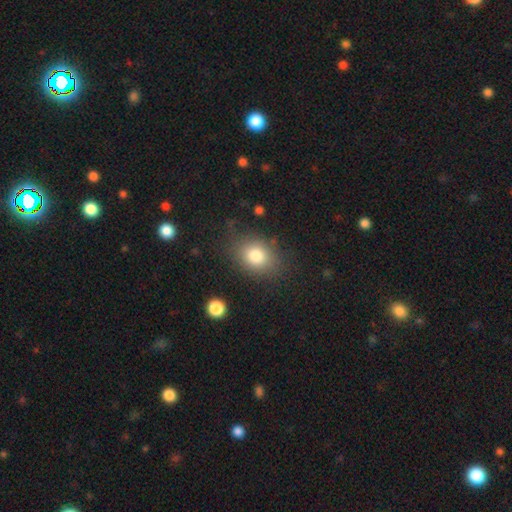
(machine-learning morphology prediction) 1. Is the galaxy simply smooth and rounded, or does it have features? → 80% smooth, 10% star or artifact, 10% featured or disk.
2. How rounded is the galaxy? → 54% in between, 45% round, 1% cigar-shaped.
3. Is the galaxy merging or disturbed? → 76% none, 15% minor disturbance, 7% major disturbance, 2% merger.